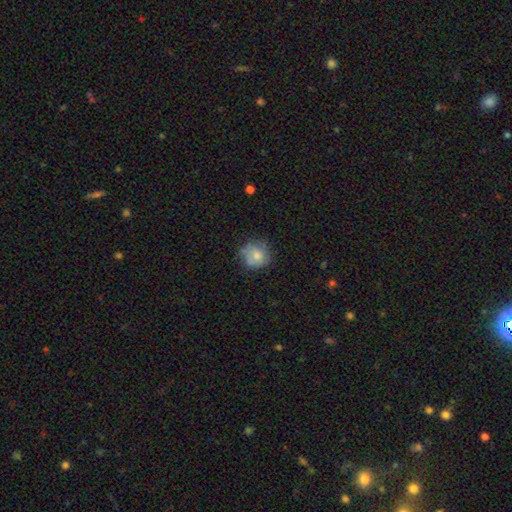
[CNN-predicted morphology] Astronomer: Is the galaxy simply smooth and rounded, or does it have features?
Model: smooth — 73%.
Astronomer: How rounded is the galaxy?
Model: round — 81%.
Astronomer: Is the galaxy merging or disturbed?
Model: none — 63%.